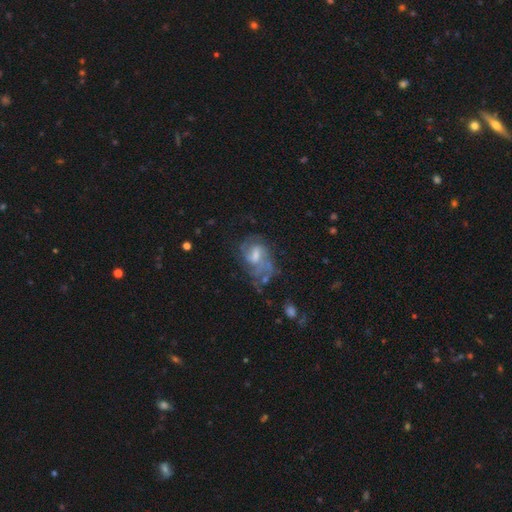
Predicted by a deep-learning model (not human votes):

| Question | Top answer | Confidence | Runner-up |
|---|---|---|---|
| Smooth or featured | featured or disk | 69% | smooth (22%) |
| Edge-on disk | no | 97% | yes (3%) |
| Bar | weak | 52% | no (34%) |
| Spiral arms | yes | 77% | no (23%) |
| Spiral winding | medium | 43% | tight (33%) |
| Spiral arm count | can't tell | 40% | 2 (30%) |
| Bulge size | moderate | 45% | small (30%) |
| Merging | none | 41% | major disturbance (29%) |